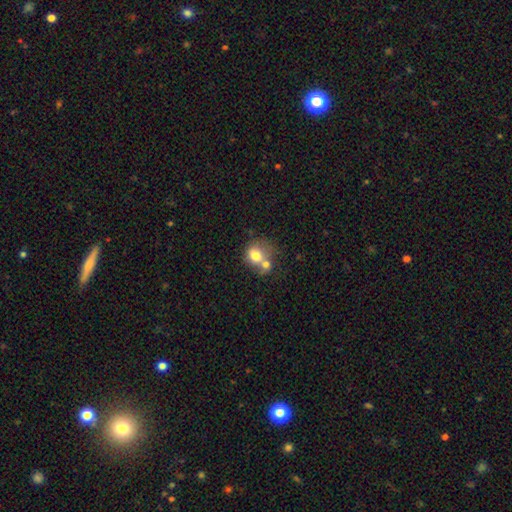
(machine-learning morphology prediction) smooth_or_featured: smooth (p=0.72) [alt: featured or disk p=0.19]
how_rounded: round (p=0.66) [alt: in between p=0.33]
merging: merger (p=0.57) [alt: none p=0.26]